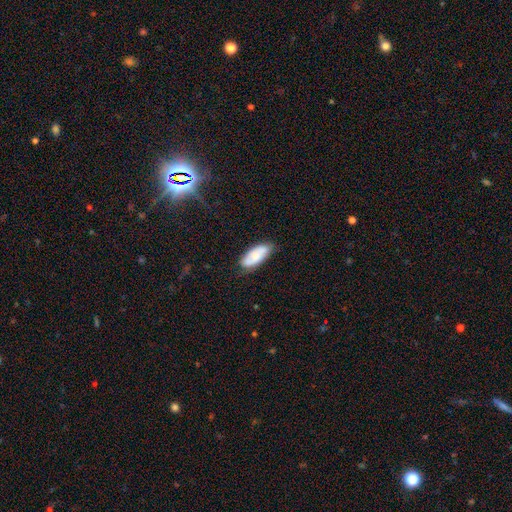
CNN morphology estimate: The model was most divided on "smooth or featured": smooth: 63%, featured or disk: 31%, star or artifact: 6%. More confident: how rounded — in between (85%); merging — none (76%).